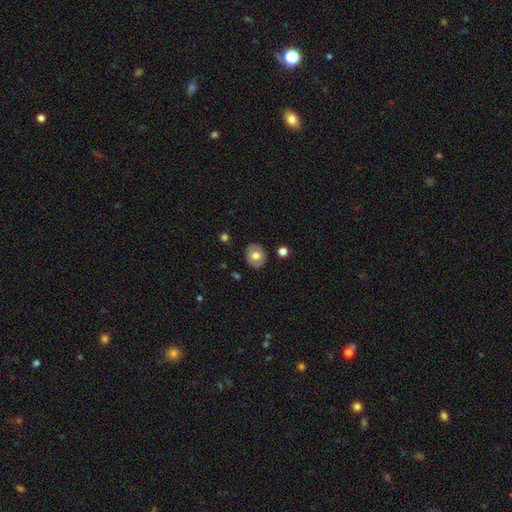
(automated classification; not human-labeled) Smooth or featured?
  - smooth: 71% *
  - featured or disk: 21%
  - star or artifact: 8%
How rounded?
  - round: 62% *
  - in between: 37%
  - cigar-shaped: 1%
Merging?
  - none: 87% *
  - minor disturbance: 9%
  - major disturbance: 2%
  - merger: 2%